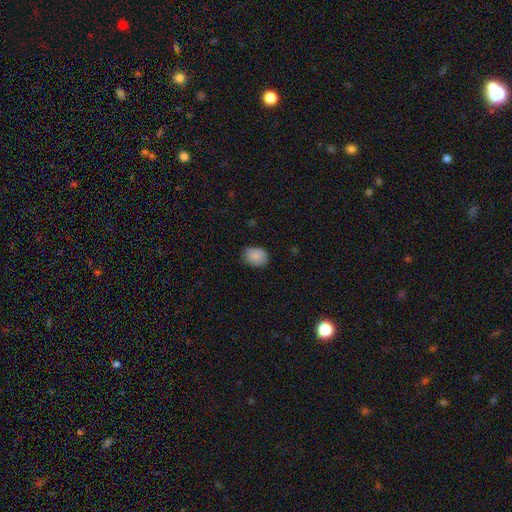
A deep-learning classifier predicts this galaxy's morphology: smooth 88%, star or artifact 8%, featured or disk 5%. Down the decision tree: how rounded — in between (61%); merging — none (73%).